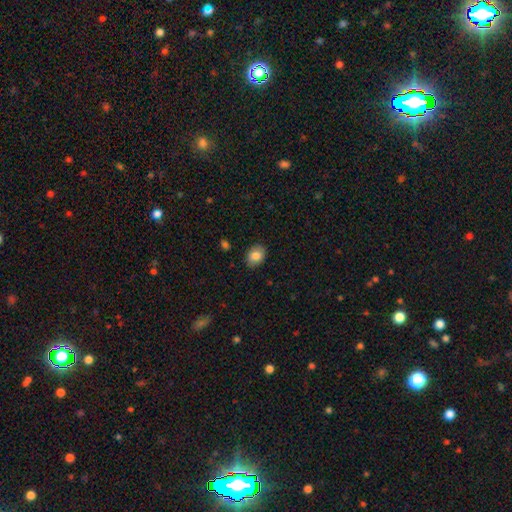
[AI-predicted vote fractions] This appears to be a smooth galaxy with no disk features (84%) that is in between round and cigar-shaped (69%). Merging: none (87%).